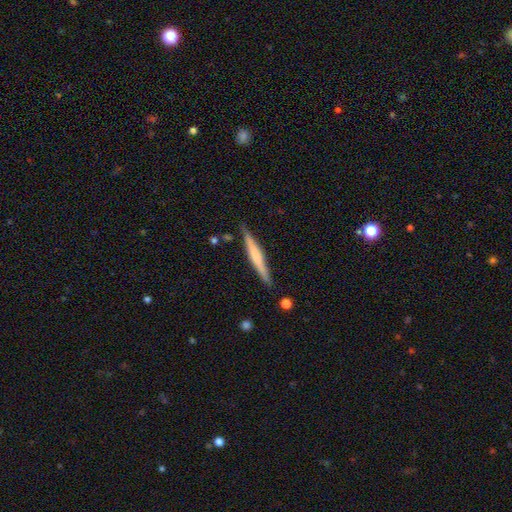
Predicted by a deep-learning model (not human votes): Smooth or featured?
  - featured or disk: 53% *
  - smooth: 41%
  - star or artifact: 6%
Edge-on disk?
  - yes: 97% *
  - no: 3%
Edge-on bulge?
  - rounded: 37% * (tied)
  - none: 37% * (tied)
  - boxy: 26%
Merging?
  - none: 87% *
  - minor disturbance: 9%
  - major disturbance: 2%
  - merger: 2%